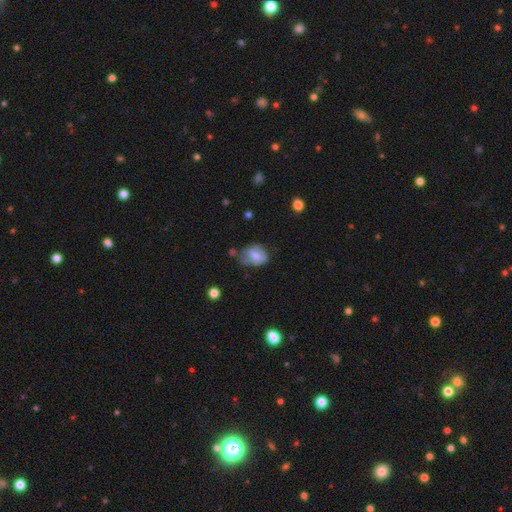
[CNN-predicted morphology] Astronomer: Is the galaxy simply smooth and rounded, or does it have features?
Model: smooth — 65%.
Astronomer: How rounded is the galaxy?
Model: in between — 59% (runner-up: round, 40%).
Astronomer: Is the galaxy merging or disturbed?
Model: none — 40% (runner-up: minor disturbance, 37%).